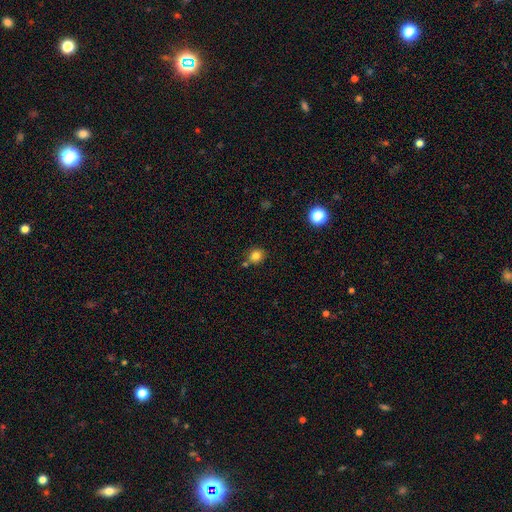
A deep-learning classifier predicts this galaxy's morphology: This appears to be a smooth galaxy with no disk features (81%) that is round (76%). Merging: none (72%).